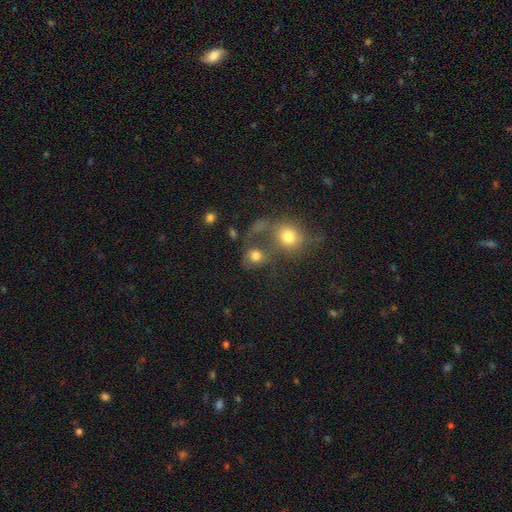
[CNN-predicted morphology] Smooth or featured?
  - smooth: 72% *
  - featured or disk: 15%
  - star or artifact: 13%
How rounded?
  - round: 72% *
  - in between: 27%
  - cigar-shaped: 1%
Merging?
  - merger: 47% *
  - none: 28%
  - major disturbance: 15%
  - minor disturbance: 10%